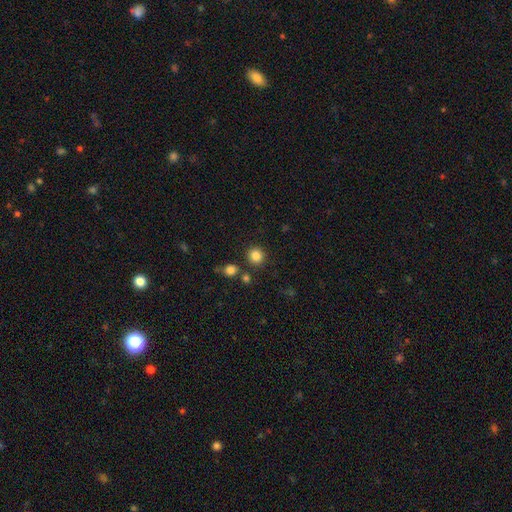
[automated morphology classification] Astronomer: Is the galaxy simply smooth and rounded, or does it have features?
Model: smooth — 84%.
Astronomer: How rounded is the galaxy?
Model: round — 91%.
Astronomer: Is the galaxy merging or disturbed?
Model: none — 85%.